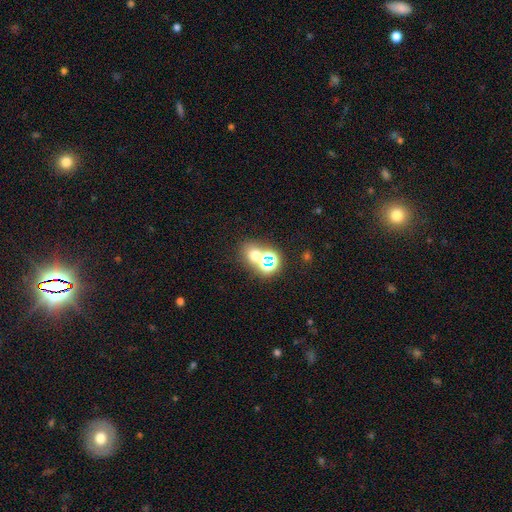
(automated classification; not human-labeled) smooth_or_featured: smooth (p=0.53) [alt: star or artifact p=0.36]
how_rounded: round (p=0.65) [alt: in between p=0.34]
merging: none (p=0.58) [alt: merger p=0.30]